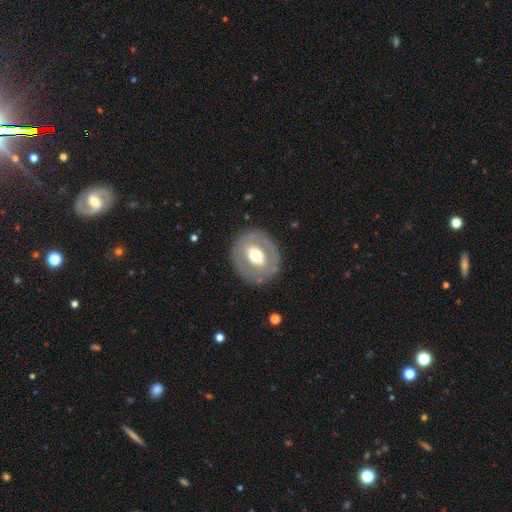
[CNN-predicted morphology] A featured or disk galaxy (53%). Merging: none (81%).